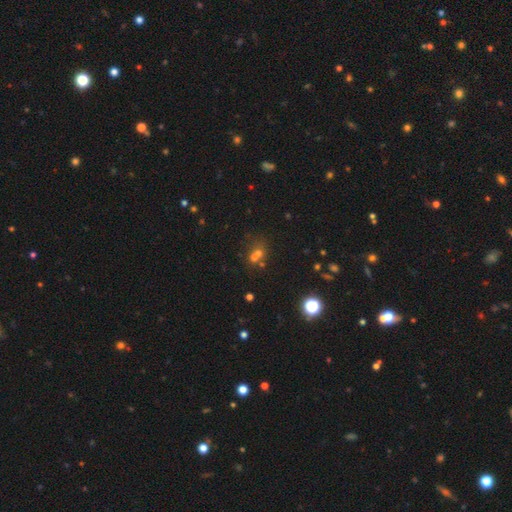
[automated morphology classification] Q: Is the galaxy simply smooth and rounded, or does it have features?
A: smooth — 52%.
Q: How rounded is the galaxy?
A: round — 69%.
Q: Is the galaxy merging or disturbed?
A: merger — 51%.